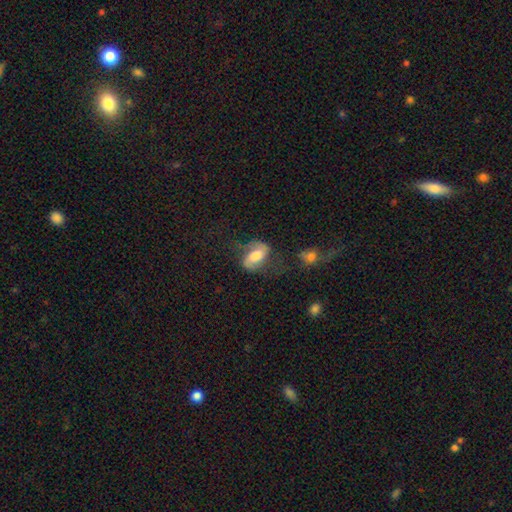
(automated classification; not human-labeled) Smooth or featured? Predicted: featured or disk (p=0.54). Edge-on disk? Predicted: no (p=0.95). Bar? Predicted: weak (p=0.39). Spiral arms? Predicted: yes (p=0.85). Bulge size? Predicted: moderate (p=0.44). Merging? Predicted: none (p=0.49).